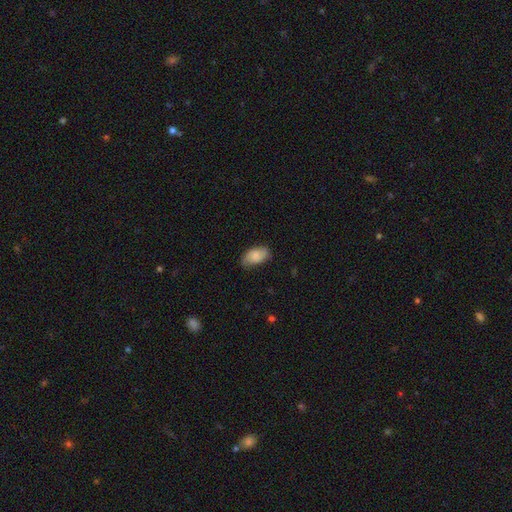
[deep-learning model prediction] A smooth galaxy with no disk features (73%) that is in between round and cigar-shaped (93%). Merging: none (70%).